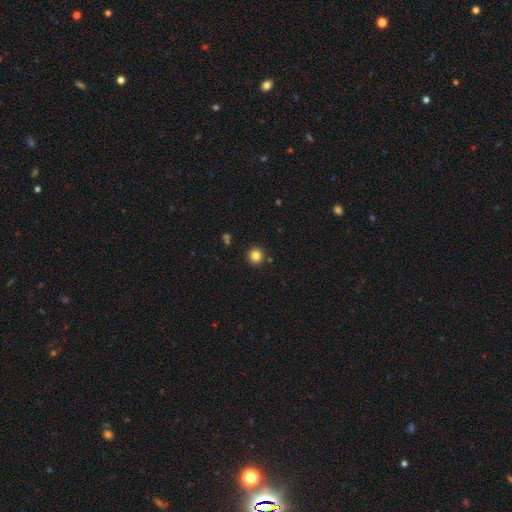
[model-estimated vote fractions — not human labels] Smooth or featured? Predicted: smooth (p=0.83). How rounded? Predicted: round (p=0.95). Merging? Predicted: none (p=0.90).